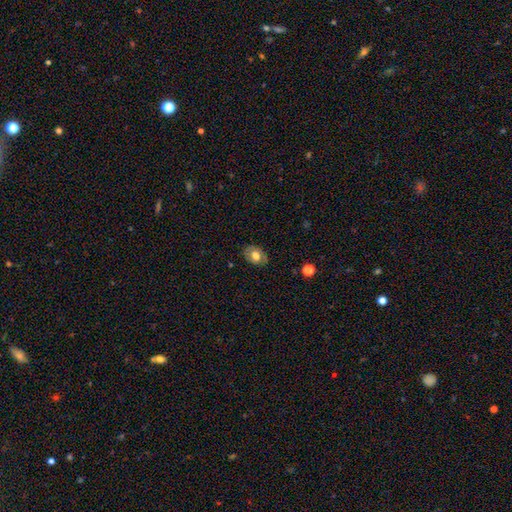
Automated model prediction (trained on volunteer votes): A smooth galaxy with no disk features (63%) that is in between round and cigar-shaped (68%). Merging: none (77%).